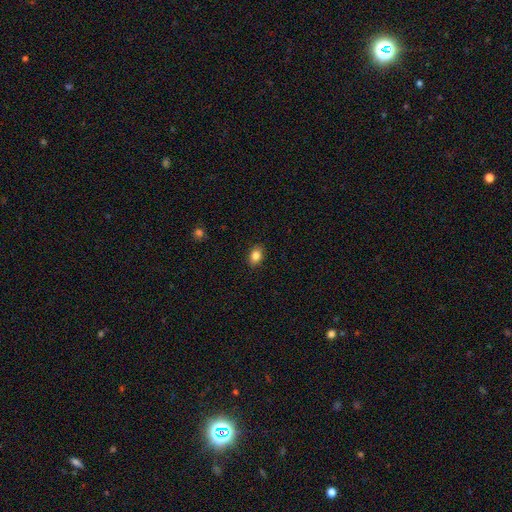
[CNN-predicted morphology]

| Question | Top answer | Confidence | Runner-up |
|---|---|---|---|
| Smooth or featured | smooth | 85% | star or artifact (9%) |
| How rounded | in between | 77% | round (22%) |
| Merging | none | 88% | minor disturbance (8%) |